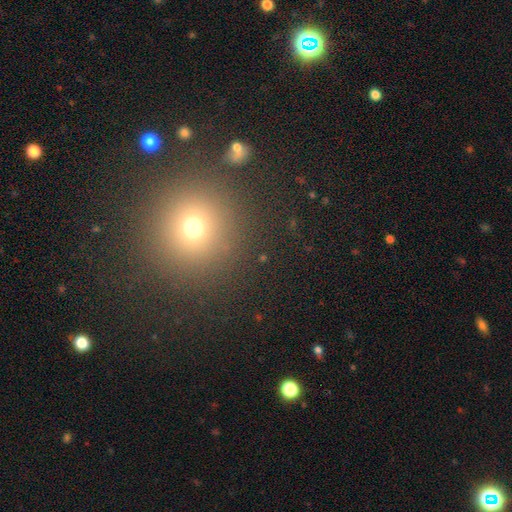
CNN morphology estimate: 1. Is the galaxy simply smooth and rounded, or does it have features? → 61% smooth, 31% star or artifact, 8% featured or disk.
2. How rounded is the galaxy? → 95% round, 4% in between, 1% cigar-shaped.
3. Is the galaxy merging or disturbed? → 90% none, 5% minor disturbance, 3% major disturbance, 2% merger.